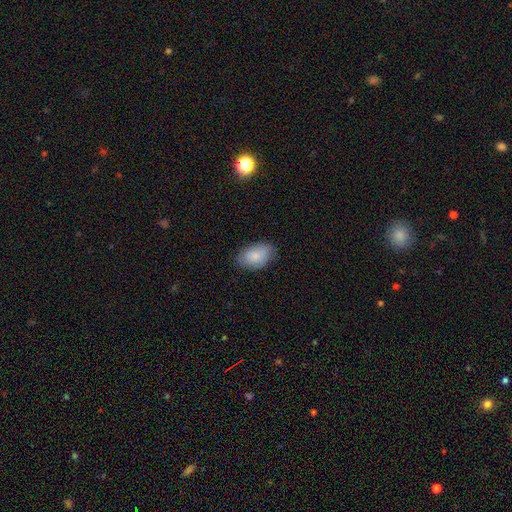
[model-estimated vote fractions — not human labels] This appears to be a smooth galaxy with no disk features (83%) that is in between round and cigar-shaped (91%). Merging: none (77%).